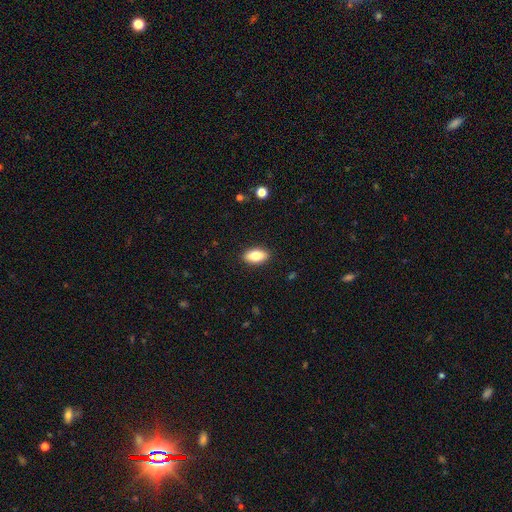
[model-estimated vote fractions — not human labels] Morphology: type=smooth (81%); roundness=in between (90%); merging=none (90%).